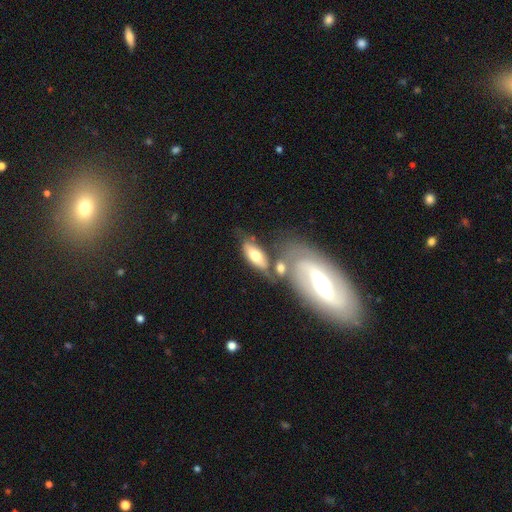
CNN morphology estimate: smooth_or_featured: smooth (p=0.60) [alt: featured or disk p=0.33]
how_rounded: in between (p=0.80) [alt: cigar-shaped p=0.16]
merging: none (p=0.46) [alt: merger p=0.29]